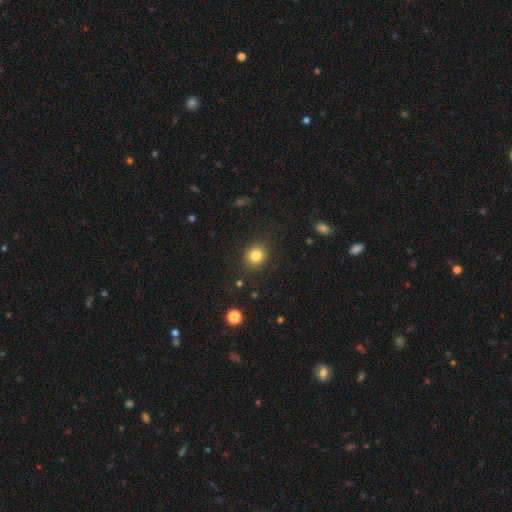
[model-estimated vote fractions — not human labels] A smooth galaxy with no disk features (81%) that is round (72%). Merging: none (86%).